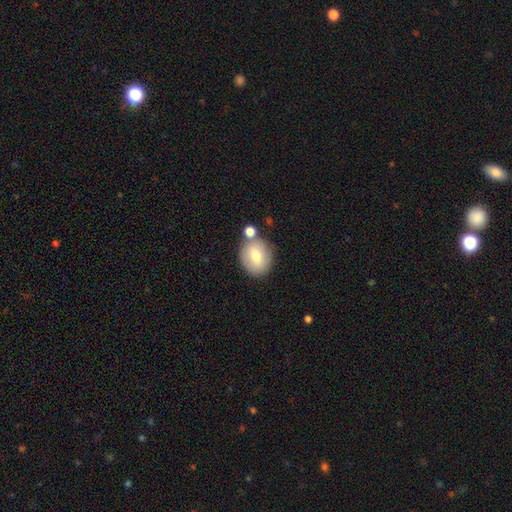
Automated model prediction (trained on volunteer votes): A smooth galaxy with no disk features (73%) that is round (62%). Merging: none (67%).